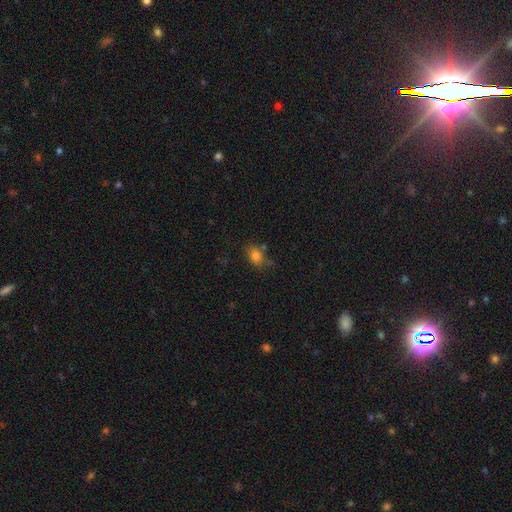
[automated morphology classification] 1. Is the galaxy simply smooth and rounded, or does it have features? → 81% smooth, 12% star or artifact, 7% featured or disk.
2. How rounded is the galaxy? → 70% in between, 28% round, 2% cigar-shaped.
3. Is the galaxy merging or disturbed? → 62% none, 21% minor disturbance, 11% merger, 7% major disturbance.